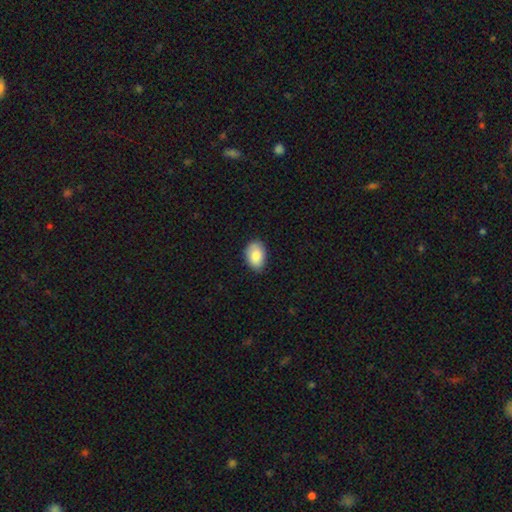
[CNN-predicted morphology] type=smooth (84%); roundness=in between (85%); merging=none (79%).